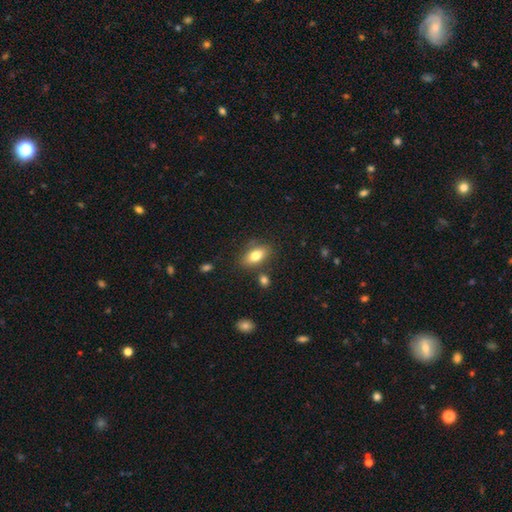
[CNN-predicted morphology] Q: Smooth or featured?
A: smooth (79%); runner-up: featured or disk (13%)
Q: How rounded?
A: in between (88%); runner-up: round (8%)
Q: Merging?
A: none (77%); runner-up: minor disturbance (13%)